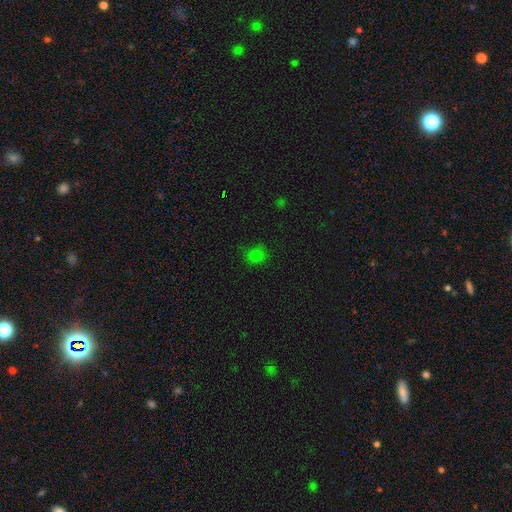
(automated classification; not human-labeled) smooth-or-featured: smooth: 75% | star or artifact: 20% | featured or disk: 5%
  how-rounded: round: 71% | in between: 27% | cigar-shaped: 1%
  merging: none: 75% | minor disturbance: 18% | major disturbance: 5% | merger: 2%